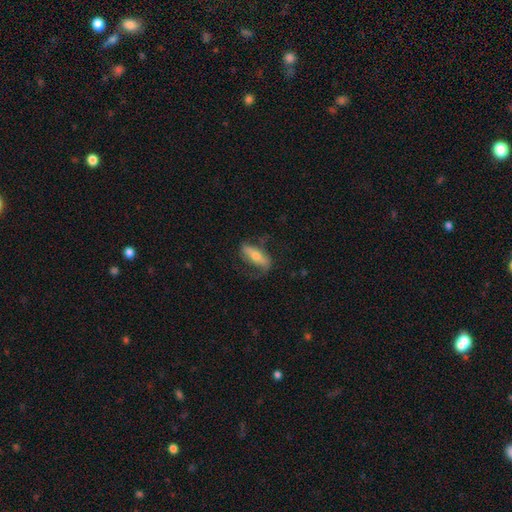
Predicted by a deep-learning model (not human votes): Smooth or featured? featured or disk (56%)
Edge-on disk? no (71%)
Merging? none (61%)